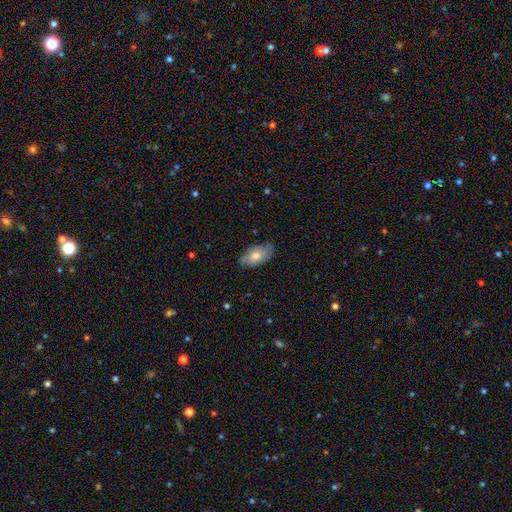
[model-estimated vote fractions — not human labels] This appears to be a smooth galaxy with no disk features (59%) that is in between round and cigar-shaped (93%). Merging: none (77%).